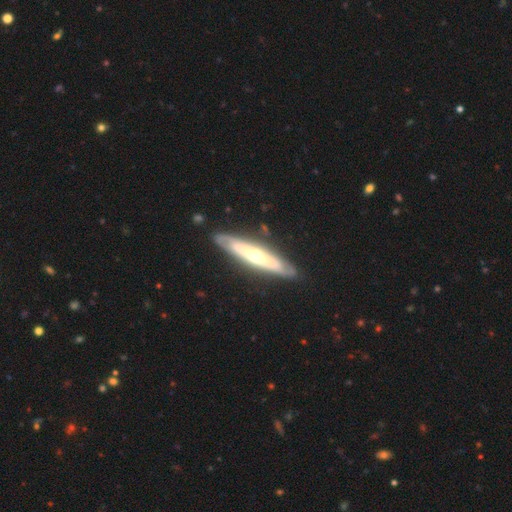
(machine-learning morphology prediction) This is likely a featured or disk galaxy (66%). It is likely viewed edge-on (62%). Merging: clearly none (83%).